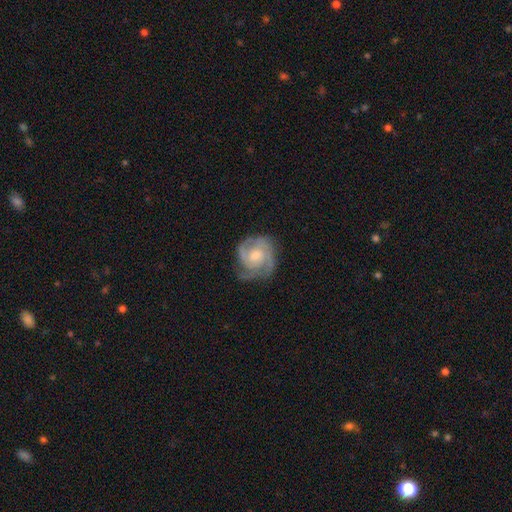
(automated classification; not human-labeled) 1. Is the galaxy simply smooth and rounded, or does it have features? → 84% featured or disk, 11% smooth, 5% star or artifact.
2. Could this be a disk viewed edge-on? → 98% no, 2% yes.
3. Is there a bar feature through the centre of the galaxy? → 62% no, 33% weak, 5% strong.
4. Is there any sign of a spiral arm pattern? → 96% yes, 4% no.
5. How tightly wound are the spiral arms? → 59% tight, 35% medium, 6% loose.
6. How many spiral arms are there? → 37% 2, 34% 3, 15% can't tell, 5% 4, 5% 1, 4% more than 4.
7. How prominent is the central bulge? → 57% moderate, 25% small, 10% large, 6% none, 1% dominant.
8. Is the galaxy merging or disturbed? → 68% none, 22% minor disturbance, 9% major disturbance, 1% merger.